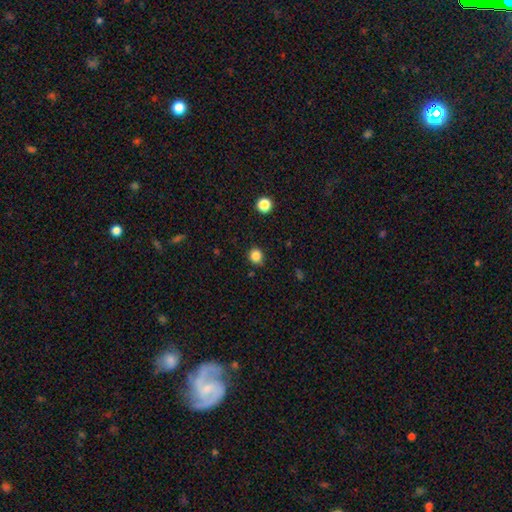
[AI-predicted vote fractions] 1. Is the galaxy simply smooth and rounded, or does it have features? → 84% smooth, 12% star or artifact, 4% featured or disk.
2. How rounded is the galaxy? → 83% round, 16% in between, 1% cigar-shaped.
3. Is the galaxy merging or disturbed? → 85% none, 11% minor disturbance, 3% major disturbance, 2% merger.